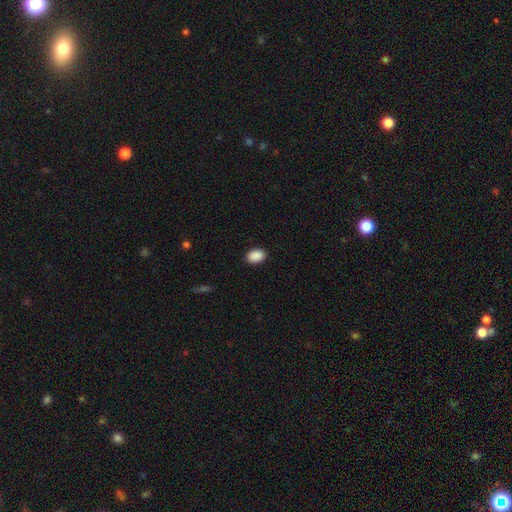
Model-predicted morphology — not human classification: smooth 91%, star or artifact 7%, featured or disk 2%. Down the decision tree: how rounded — in between (84%); merging — none (89%).